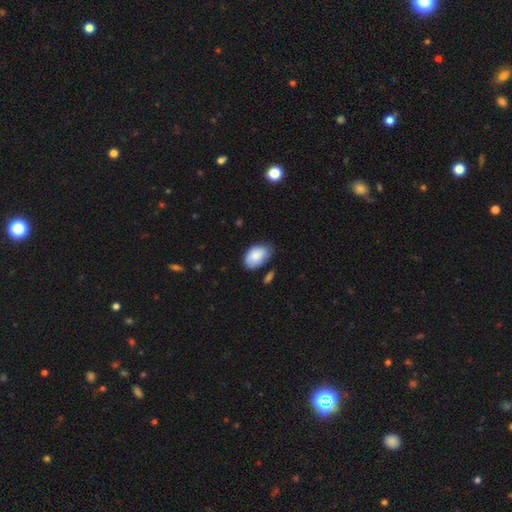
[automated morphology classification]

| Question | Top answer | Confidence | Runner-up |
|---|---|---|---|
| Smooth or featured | smooth | 83% | featured or disk (11%) |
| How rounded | in between | 92% | round (7%) |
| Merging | none | 60% | minor disturbance (31%) |